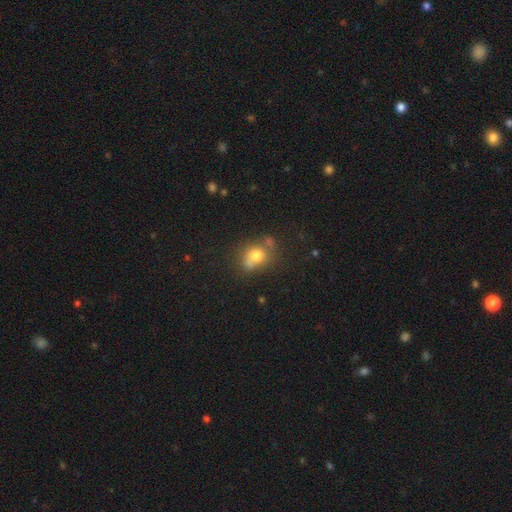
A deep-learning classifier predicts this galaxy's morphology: smooth 73%, featured or disk 14%, star or artifact 13%. Down the decision tree: how rounded — round (58%); merging — none (48%).